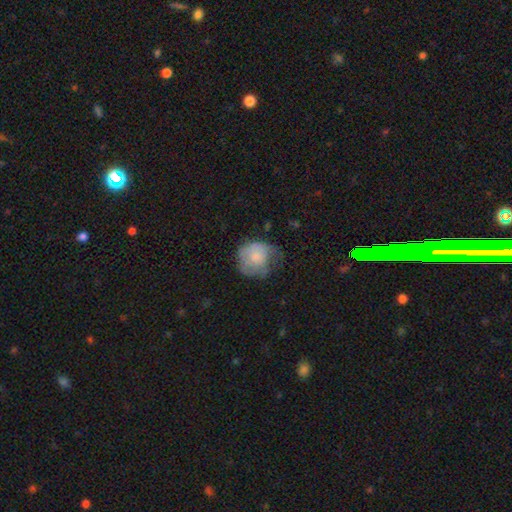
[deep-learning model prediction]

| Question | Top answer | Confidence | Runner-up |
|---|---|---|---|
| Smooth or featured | smooth | 58% | featured or disk (34%) |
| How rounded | round | 80% | in between (19%) |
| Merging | none | 36% | tied: minor disturbance (36%) |